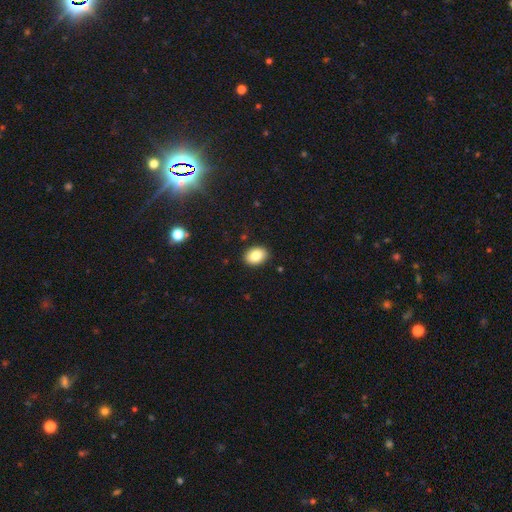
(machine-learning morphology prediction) A smooth galaxy with no disk features (84%) that is in between round and cigar-shaped (74%).

Vote fractions:
- Smooth or featured? smooth: 84% / featured or disk: 8% / star or artifact: 8%
- How rounded? in between: 74% / round: 25% / cigar-shaped: 1%
- Merging? none: 89% / minor disturbance: 8% / major disturbance: 2% / merger: 1%